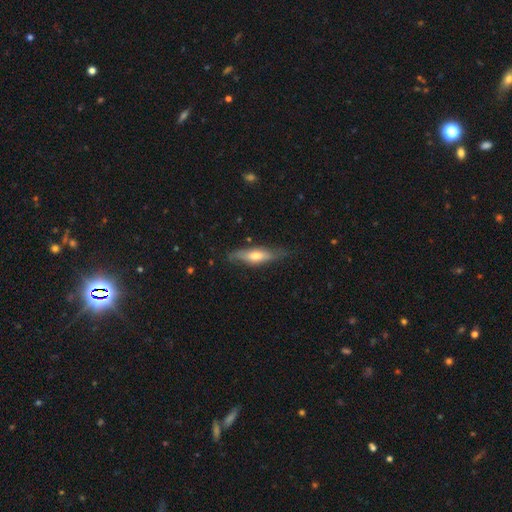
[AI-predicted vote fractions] smooth-or-featured: smooth: 47% | featured or disk: 46% | star or artifact: 6%
  merging: none: 72% | minor disturbance: 22% | major disturbance: 5% | merger: 2%